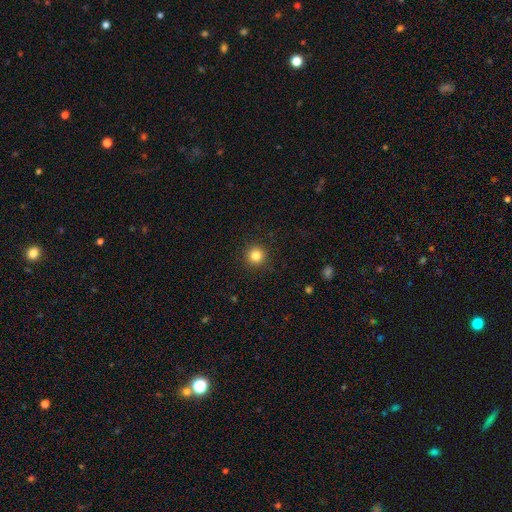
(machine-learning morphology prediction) Smooth or featured: smooth — 83% (star or artifact — 12%)
How rounded: round — 96% (in between — 4%)
Merging: none — 92% (minor disturbance — 5%)